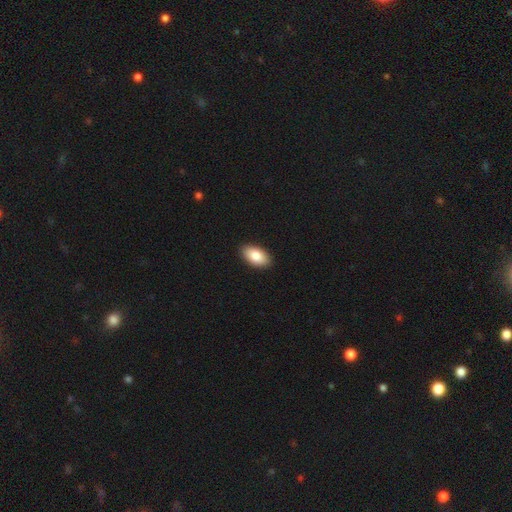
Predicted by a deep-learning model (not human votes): Smooth or featured?
  - smooth: 86% *
  - featured or disk: 8%
  - star or artifact: 6%
How rounded?
  - in between: 95% *
  - round: 3%
  - cigar-shaped: 2%
Merging?
  - none: 90% *
  - minor disturbance: 7%
  - major disturbance: 2%
  - merger: 1%